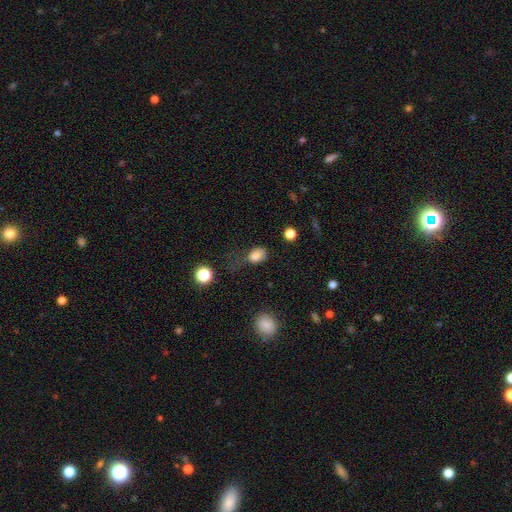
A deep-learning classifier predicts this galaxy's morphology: Smooth or featured: smooth — 82% (star or artifact — 11%)
How rounded: in between — 67% (round — 31%)
Merging: none — 38% (minor disturbance — 32%)